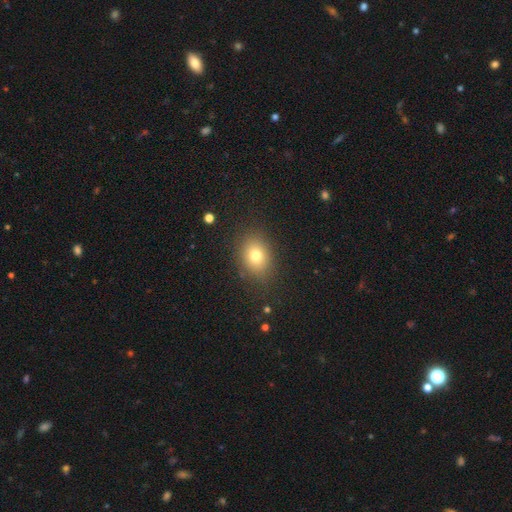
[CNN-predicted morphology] The model was most divided on "how rounded": in between: 55%, round: 44%, cigar-shaped: 1%. More confident: merging — none (83%); smooth or featured — smooth (76%).